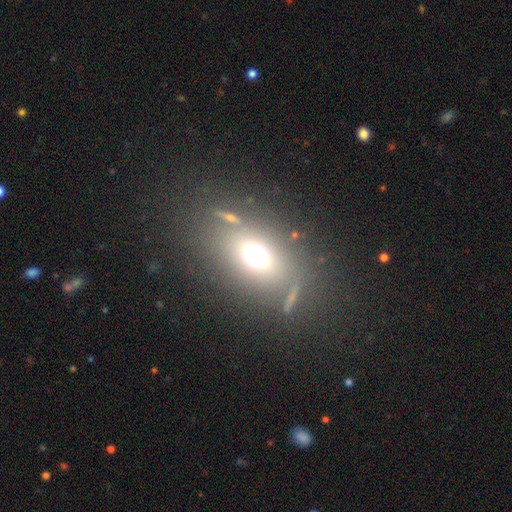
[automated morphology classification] A smooth galaxy with no disk features (59%) that is in between round and cigar-shaped (53%).

Vote fractions:
- Smooth or featured? smooth: 59% / star or artifact: 23% / featured or disk: 18%
- How rounded? in between: 53% / round: 44% / cigar-shaped: 4%
- Merging? none: 72% / merger: 11% / minor disturbance: 10% / major disturbance: 7%